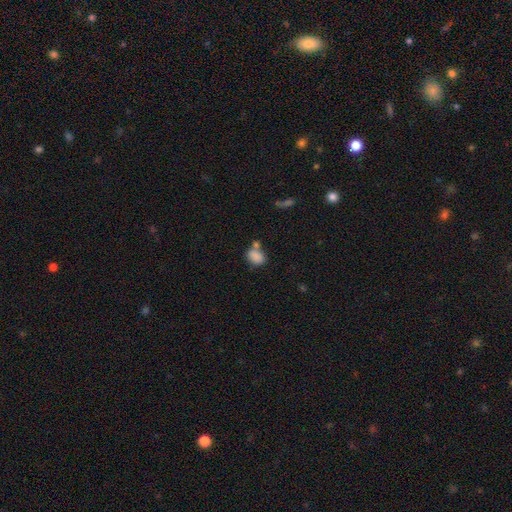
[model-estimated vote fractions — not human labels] This is clearly a smooth galaxy (84%). How rounded: likely in between (75%). Merging: possibly none (49%).